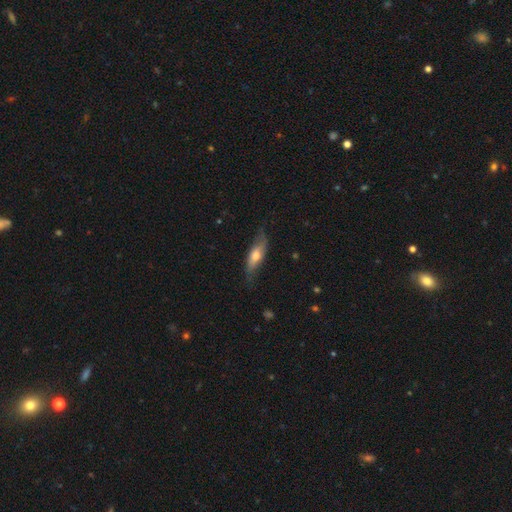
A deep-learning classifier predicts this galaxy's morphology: Smooth or featured? smooth (54%)
How rounded? in between (53%)
Merging? none (66%)